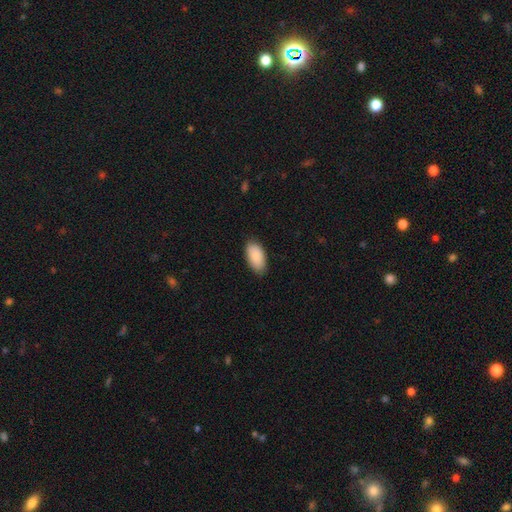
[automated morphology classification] A smooth galaxy with no disk features (89%) that is in between round and cigar-shaped (95%).

Vote fractions:
- Smooth or featured? smooth: 89% / star or artifact: 6% / featured or disk: 5%
- How rounded? in between: 95% / cigar-shaped: 3% / round: 2%
- Merging? none: 83% / minor disturbance: 14% / major disturbance: 2% / merger: 1%